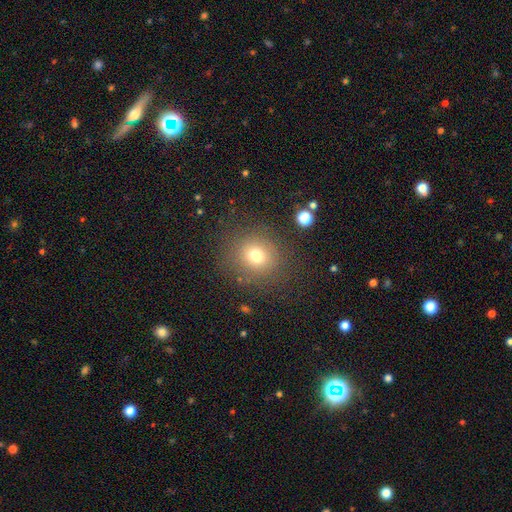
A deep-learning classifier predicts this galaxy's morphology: Overall: smooth (72%). How rounded: round (86%). Merging: none (83%).